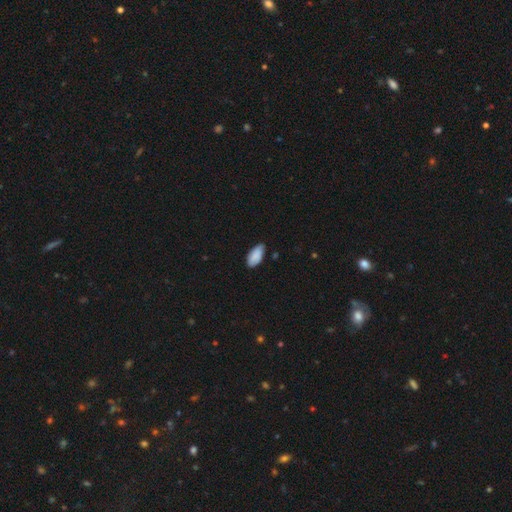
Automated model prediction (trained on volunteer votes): A smooth galaxy with no disk features (86%) that is in between round and cigar-shaped (94%).

Vote fractions:
- Smooth or featured? smooth: 86% / featured or disk: 7% / star or artifact: 6%
- How rounded? in between: 94% / cigar-shaped: 4% / round: 2%
- Merging? none: 70% / minor disturbance: 26% / major disturbance: 3% / merger: 2%